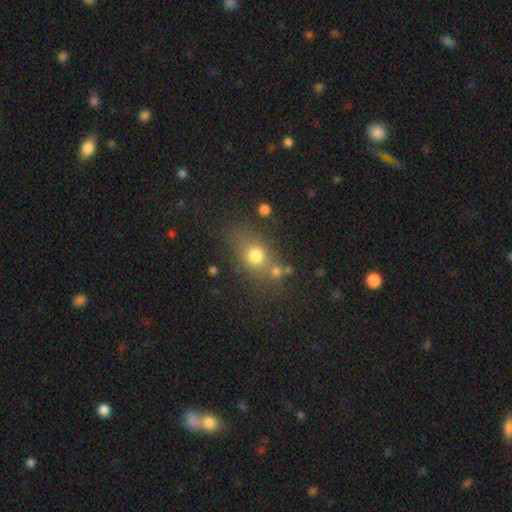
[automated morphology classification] type=smooth (73%); roundness=round (58%); merging=none (55%).